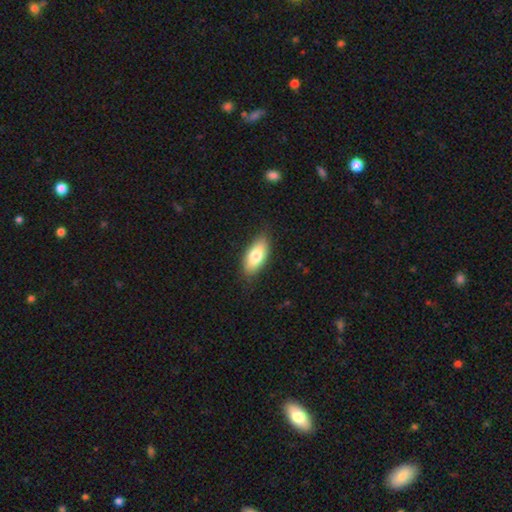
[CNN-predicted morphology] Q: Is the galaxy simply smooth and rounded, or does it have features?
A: smooth — 78%.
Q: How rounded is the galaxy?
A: in between — 84%.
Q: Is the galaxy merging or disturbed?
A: none — 84%.